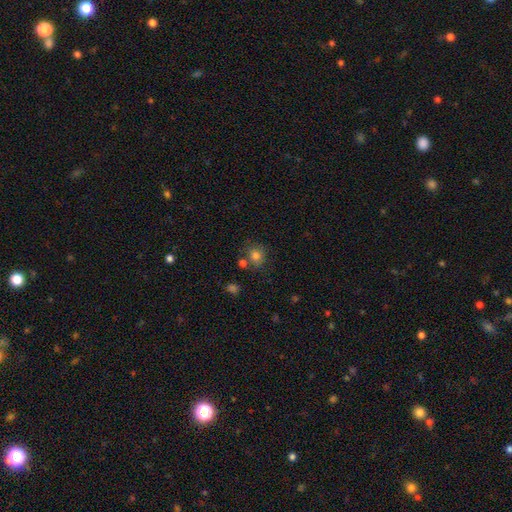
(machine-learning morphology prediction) Smooth or featured?
  - smooth: 80% *
  - star or artifact: 12%
  - featured or disk: 8%
How rounded?
  - round: 81% *
  - in between: 18%
  - cigar-shaped: 1%
Merging?
  - none: 68% *
  - merger: 14%
  - minor disturbance: 13%
  - major disturbance: 4%